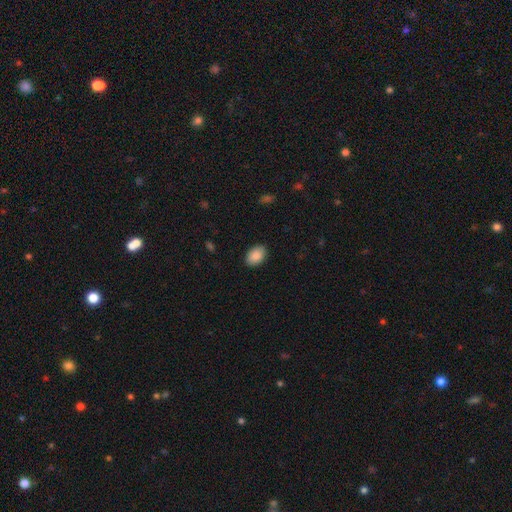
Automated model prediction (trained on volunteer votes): Smooth or featured? smooth (89%)
How rounded? in between (86%)
Merging? none (88%)